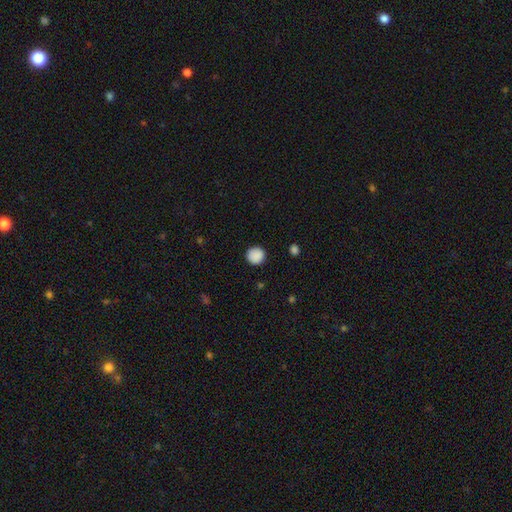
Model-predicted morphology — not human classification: smooth 89%, star or artifact 8%, featured or disk 2%. Down the decision tree: how rounded — round (94%); merging — none (91%).